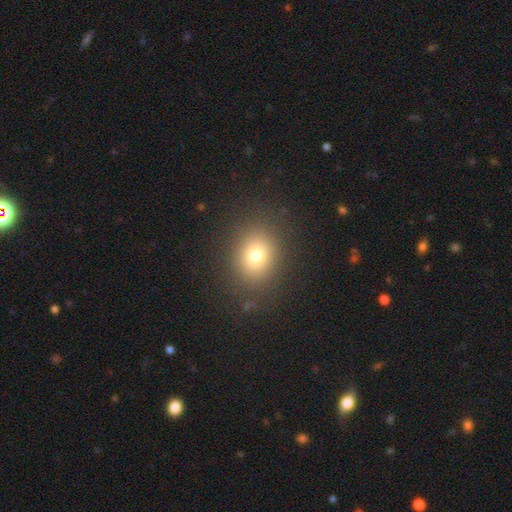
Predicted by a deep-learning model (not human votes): A smooth galaxy with no disk features (76%) that is round (58%).

Vote fractions:
- Smooth or featured? smooth: 76% / star or artifact: 14% / featured or disk: 10%
- How rounded? round: 58% / in between: 41% / cigar-shaped: 1%
- Merging? none: 87% / minor disturbance: 8% / major disturbance: 4% / merger: 1%